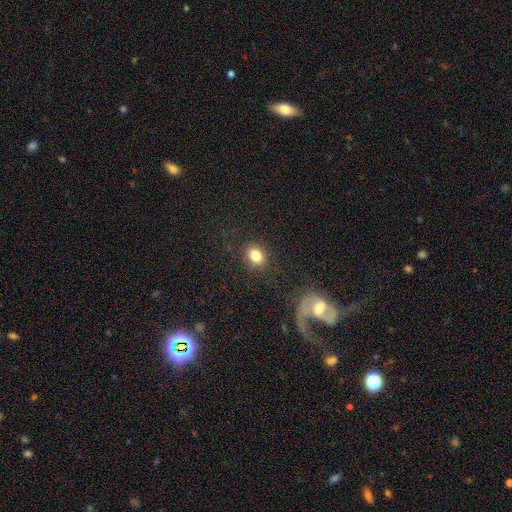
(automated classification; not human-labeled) Smooth or featured: smooth — 83% (star or artifact — 10%)
How rounded: in between — 50% (round — 49%)
Merging: none — 84% (minor disturbance — 10%)